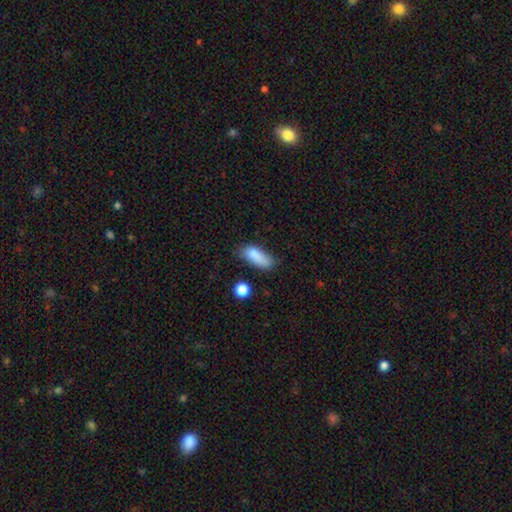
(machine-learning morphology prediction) This appears to be a smooth galaxy with no disk features (83%) that is in between round and cigar-shaped (73%). Merging: none (54%).